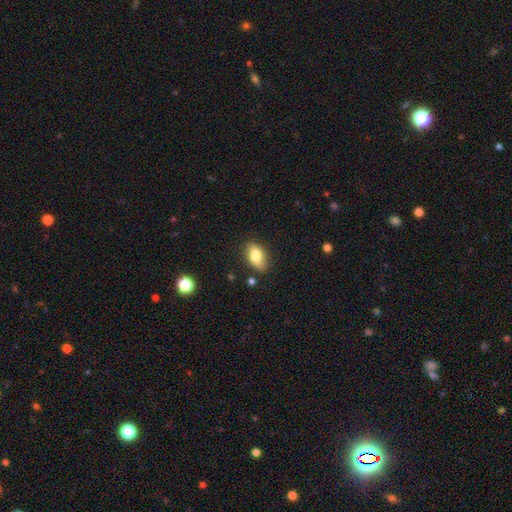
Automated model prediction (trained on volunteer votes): Smooth or featured: smooth — 79% (featured or disk — 13%)
How rounded: in between — 89% (round — 8%)
Merging: none — 79% (minor disturbance — 16%)